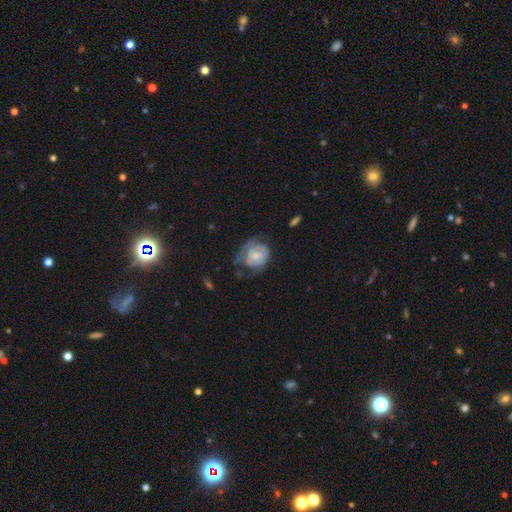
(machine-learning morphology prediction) type=featured or disk (57%); edge-on=no (97%); bar=no (70%); spiral arms=yes (70%); bulge=small (51%); merging=none (41%).